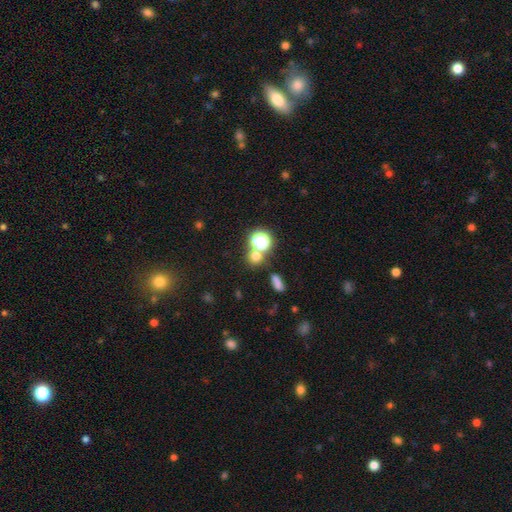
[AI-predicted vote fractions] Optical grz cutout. It shows a smooth galaxy with no disk features (63%) that is round (86%). Merging: none (67%).